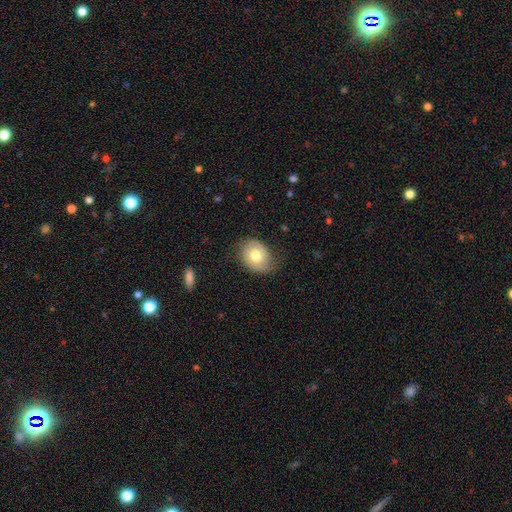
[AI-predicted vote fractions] Morphology: type=smooth (67%); roundness=in between (61%); merging=none (73%).